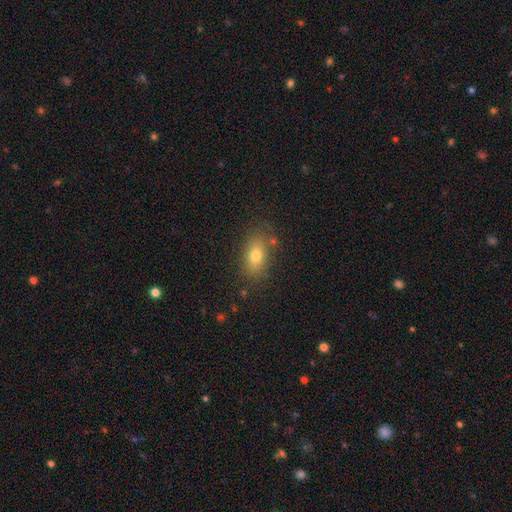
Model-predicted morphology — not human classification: Q: Smooth or featured?
A: smooth (74%); runner-up: featured or disk (15%)
Q: How rounded?
A: in between (83%); runner-up: round (12%)
Q: Merging?
A: none (79%); runner-up: minor disturbance (13%)